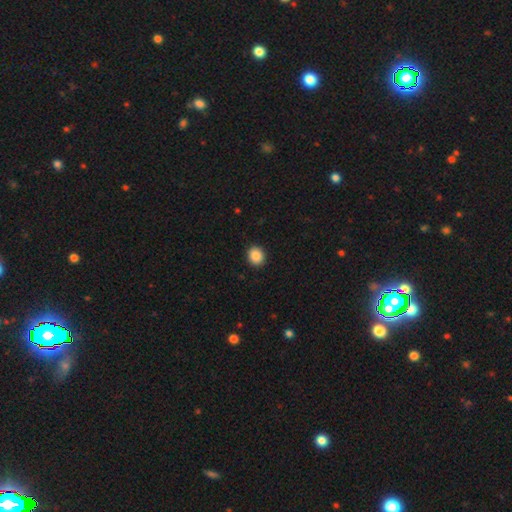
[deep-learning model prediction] A smooth galaxy with no disk features (88%) that is round (73%). Merging: none (91%).